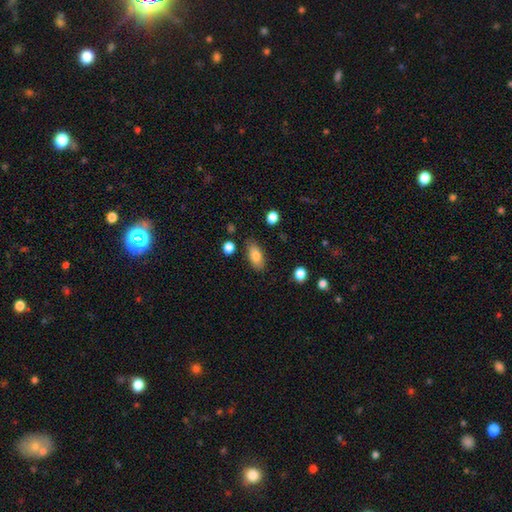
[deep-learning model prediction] A smooth galaxy with no disk features (82%) that is in between round and cigar-shaped (88%). Merging: none (81%).